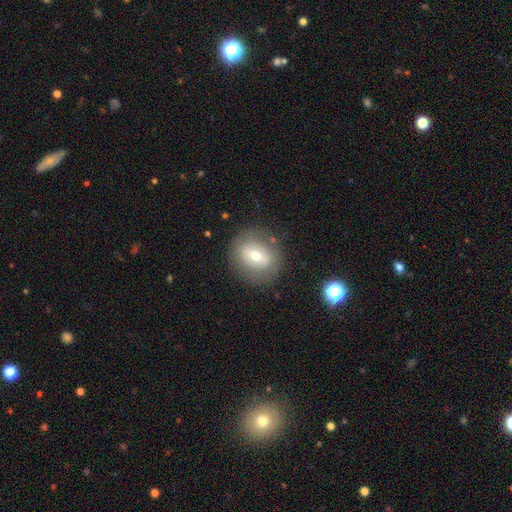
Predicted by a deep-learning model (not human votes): Smooth or featured?
  - smooth: 56% *
  - featured or disk: 34%
  - star or artifact: 10%
How rounded?
  - round: 75% *
  - in between: 24%
  - cigar-shaped: 1%
Merging?
  - none: 82% *
  - minor disturbance: 11%
  - major disturbance: 5%
  - merger: 2%